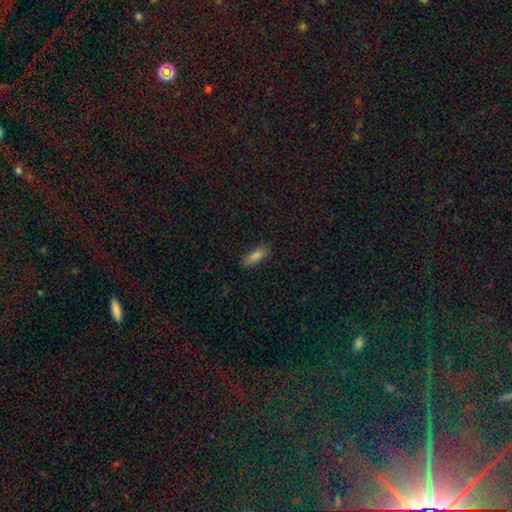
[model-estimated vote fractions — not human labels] A smooth galaxy with no disk features (80%) that is in between round and cigar-shaped (63%).

Vote fractions:
- Smooth or featured? smooth: 80% / featured or disk: 11% / star or artifact: 9%
- How rounded? in between: 63% / cigar-shaped: 35% / round: 2%
- Merging? none: 86% / minor disturbance: 11% / major disturbance: 2% / merger: 1%